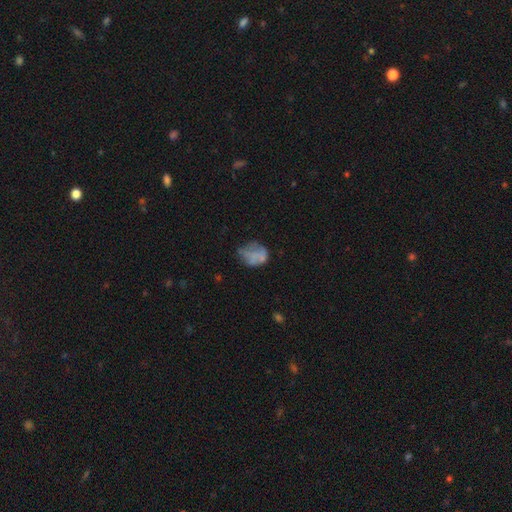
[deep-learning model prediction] Smooth or featured?
  - smooth: 57% *
  - featured or disk: 31%
  - star or artifact: 12%
How rounded?
  - round: 56% *
  - in between: 42%
  - cigar-shaped: 1%
Merging?
  - none: 40% *
  - minor disturbance: 31%
  - major disturbance: 24%
  - merger: 5%